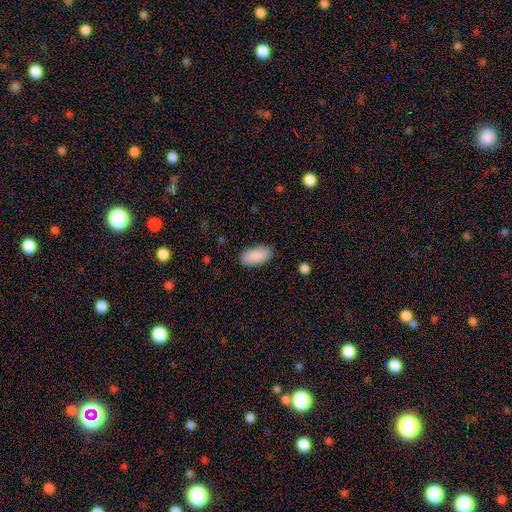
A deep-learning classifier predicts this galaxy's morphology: A smooth galaxy with no disk features (90%) that is in between round and cigar-shaped (94%). Merging: none (87%).